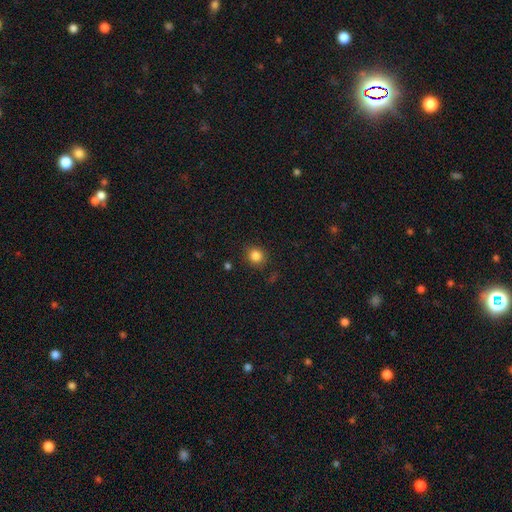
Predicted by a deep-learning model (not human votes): The model was most divided on "how rounded": round: 81%, in between: 18%, cigar-shaped: 1%. More confident: merging — none (88%); smooth or featured — smooth (84%).